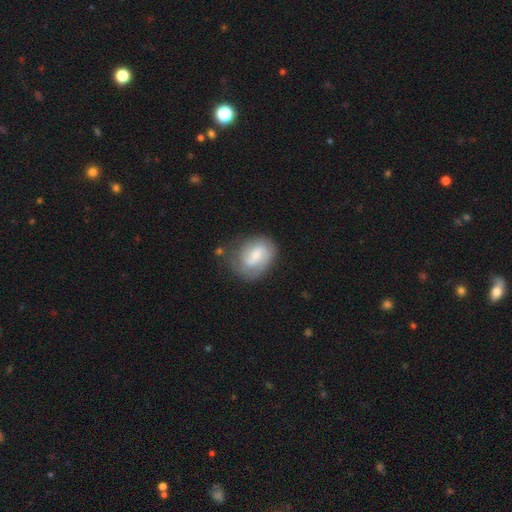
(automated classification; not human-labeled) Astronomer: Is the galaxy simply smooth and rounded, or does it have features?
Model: smooth — 48% (runner-up: featured or disk, 46%).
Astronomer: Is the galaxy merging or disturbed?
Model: none — 55%.